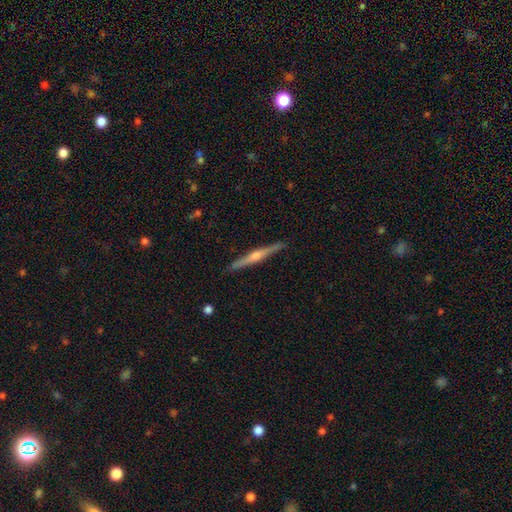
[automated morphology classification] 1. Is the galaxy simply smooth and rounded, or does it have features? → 72% featured or disk, 23% smooth, 5% star or artifact.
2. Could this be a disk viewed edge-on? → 98% yes, 2% no.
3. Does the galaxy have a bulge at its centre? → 79% rounded, 12% none, 8% boxy.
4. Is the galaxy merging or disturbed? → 91% none, 7% minor disturbance, 1% major disturbance, 1% merger.